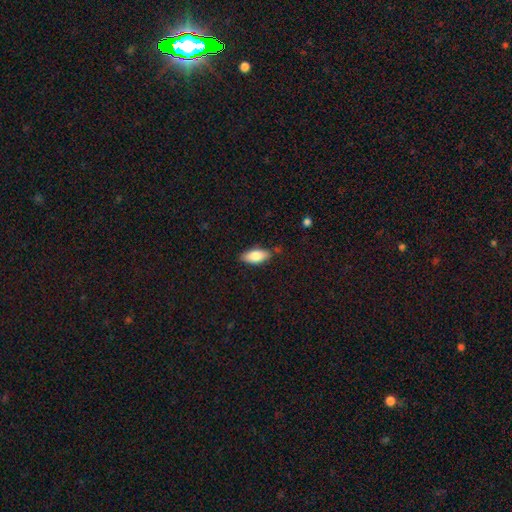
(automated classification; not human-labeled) Smooth or featured? Predicted: smooth (p=0.82). How rounded? Predicted: in between (p=0.86). Merging? Predicted: none (p=0.80).